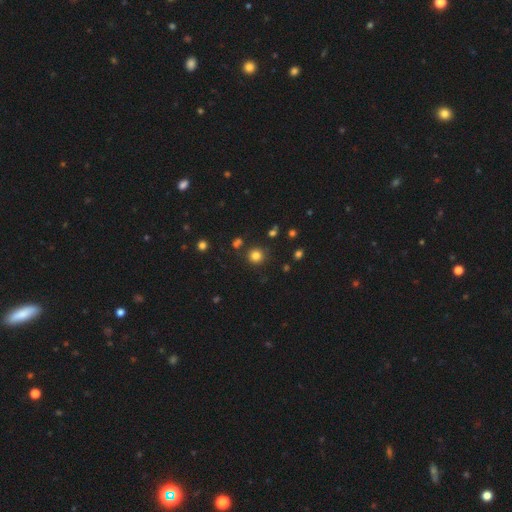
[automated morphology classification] This is clearly a smooth galaxy (81%). How rounded: clearly round (93%). Merging: clearly none (86%).